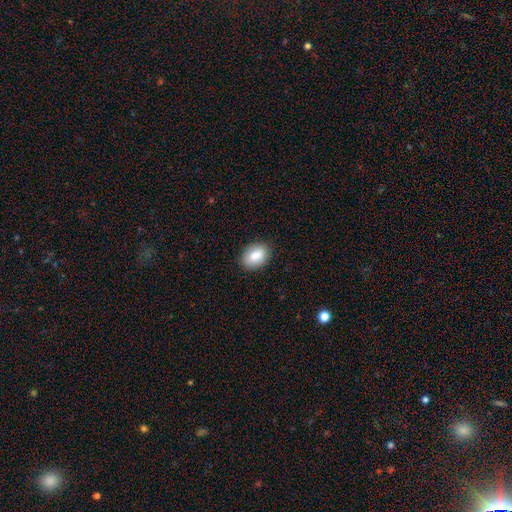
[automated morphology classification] A smooth galaxy with no disk features (85%) that is in between round and cigar-shaped (85%). Merging: none (87%).